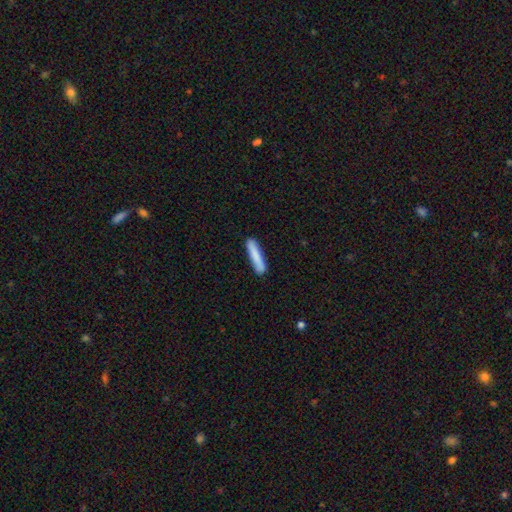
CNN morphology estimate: smooth_or_featured: smooth (p=0.84) [alt: featured or disk p=0.11]
how_rounded: cigar-shaped (p=0.90) [alt: in between p=0.09]
merging: none (p=0.88) [alt: minor disturbance p=0.09]